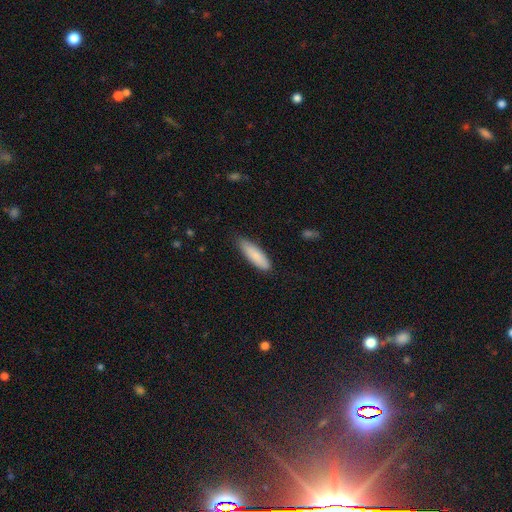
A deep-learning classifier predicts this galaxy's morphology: A smooth galaxy with no disk features (85%) that is cigar-shaped (60%).

Vote fractions:
- Smooth or featured? smooth: 85% / featured or disk: 9% / star or artifact: 6%
- How rounded? cigar-shaped: 60% / in between: 39% / round: 1%
- Merging? none: 79% / minor disturbance: 17% / major disturbance: 2% / merger: 1%